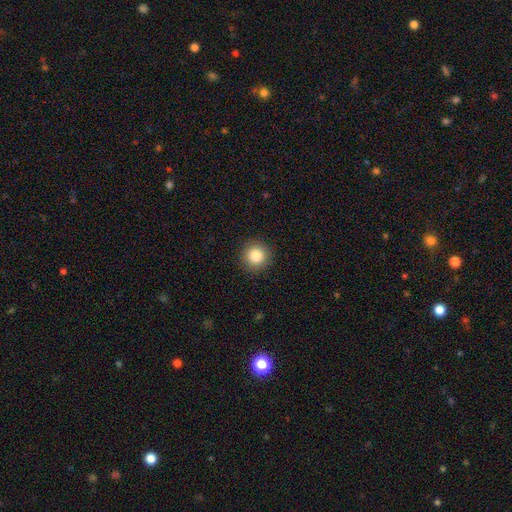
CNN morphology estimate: smooth_or_featured: smooth (p=0.85) [alt: star or artifact p=0.09]
how_rounded: round (p=0.95) [alt: in between p=0.04]
merging: none (p=0.91) [alt: minor disturbance p=0.06]